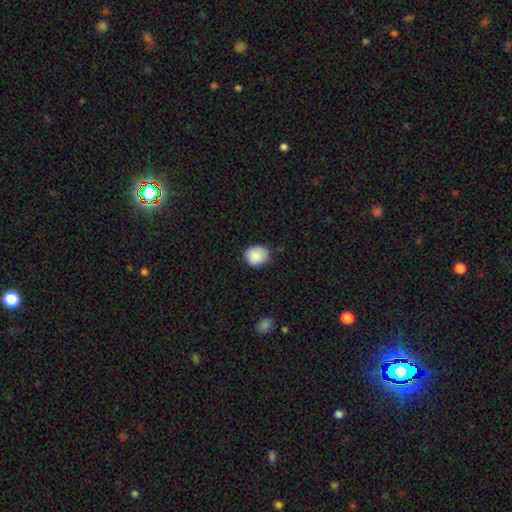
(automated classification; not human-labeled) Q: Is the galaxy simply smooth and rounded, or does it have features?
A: smooth — 87%.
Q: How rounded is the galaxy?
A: round — 67%.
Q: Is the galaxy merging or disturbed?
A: none — 76%.